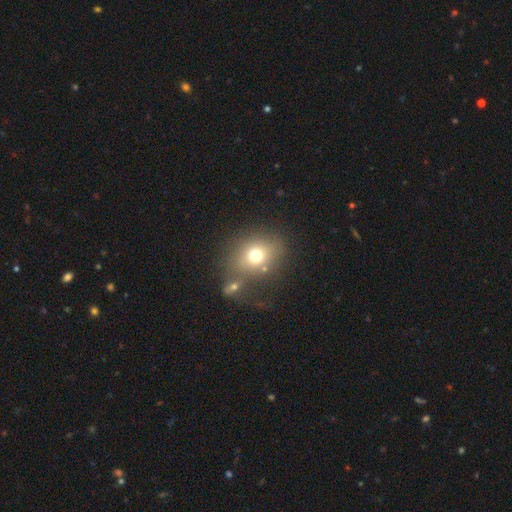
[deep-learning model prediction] Q: Smooth or featured?
A: smooth (70%); runner-up: featured or disk (16%)
Q: How rounded?
A: round (58%); runner-up: in between (40%)
Q: Merging?
A: none (56%); runner-up: merger (20%)